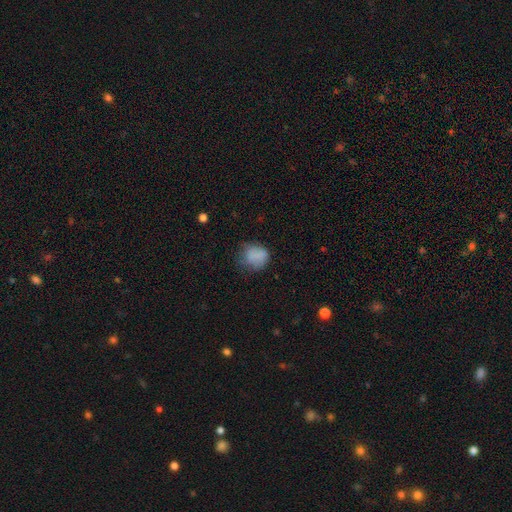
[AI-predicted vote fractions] smooth 80%, featured or disk 10%, star or artifact 10%. Down the decision tree: how rounded — round (68%); merging — none (55%).